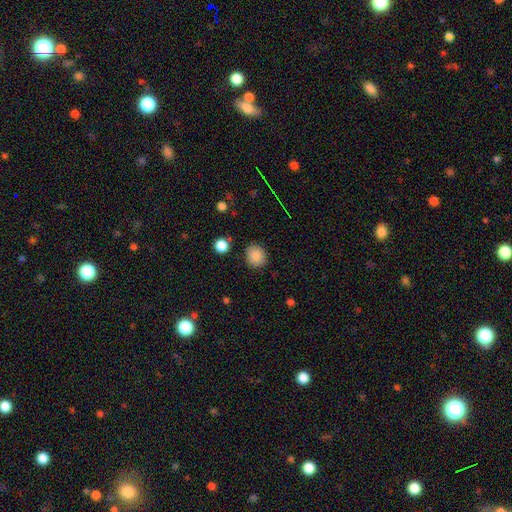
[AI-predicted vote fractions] This appears to be a smooth galaxy with no disk features (86%) that is round (80%). Merging: none (87%).